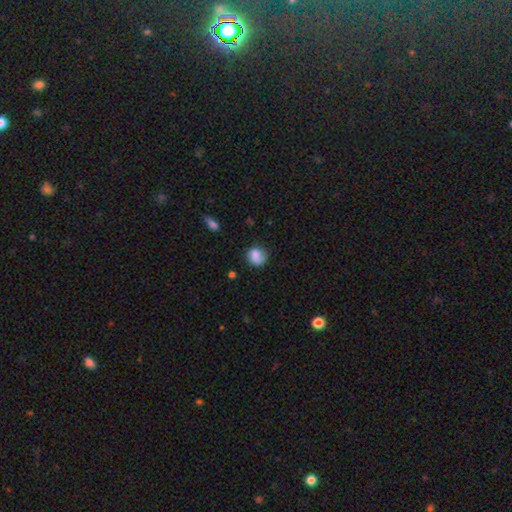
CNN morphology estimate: The model was most divided on "merging": none: 64%, minor disturbance: 25%, major disturbance: 8%, merger: 2%. More confident: smooth or featured — smooth (83%); how rounded — round (78%).